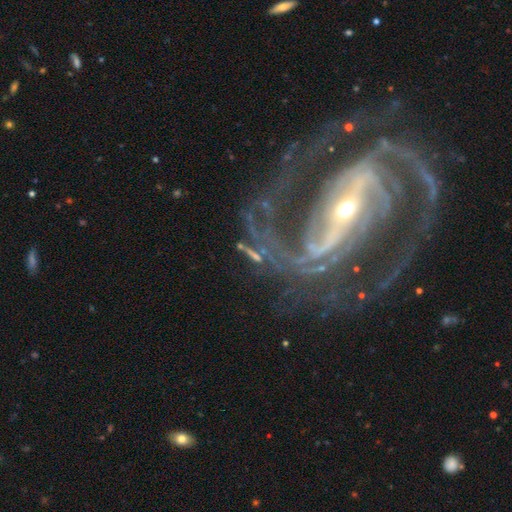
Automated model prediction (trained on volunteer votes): A featured or disk galaxy (70%) with a strong bar (42%), spiral arms (83%) and a small central bulge (46%). Merging: none (57%).